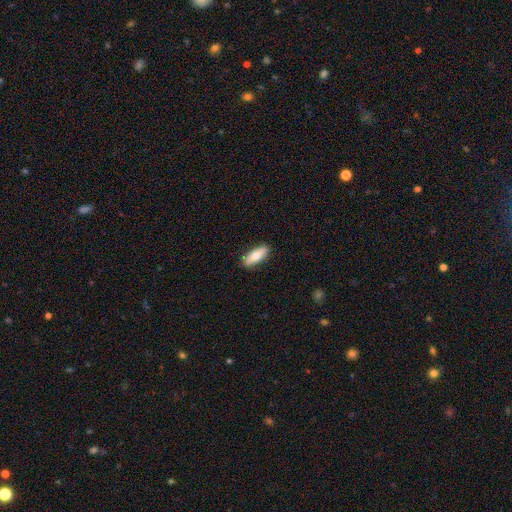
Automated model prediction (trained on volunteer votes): Smooth or featured?
  - smooth: 70% *
  - featured or disk: 25%
  - star or artifact: 6%
How rounded?
  - in between: 65% *
  - cigar-shaped: 32%
  - round: 3%
Merging?
  - none: 88% *
  - minor disturbance: 9%
  - major disturbance: 2%
  - merger: 1%